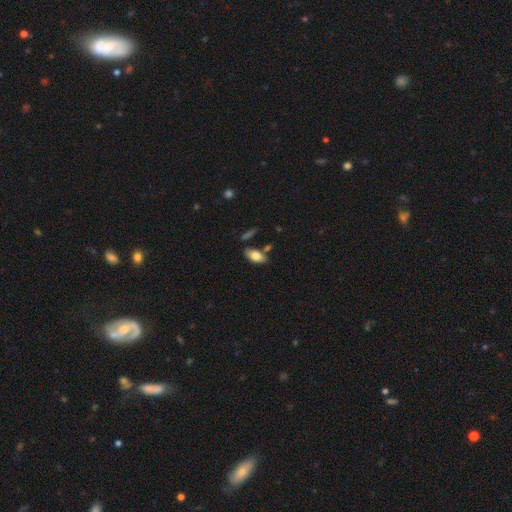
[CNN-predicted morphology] Smooth or featured: smooth — 76% (featured or disk — 17%)
How rounded: in between — 89% (cigar-shaped — 9%)
Merging: none — 75% (minor disturbance — 15%)